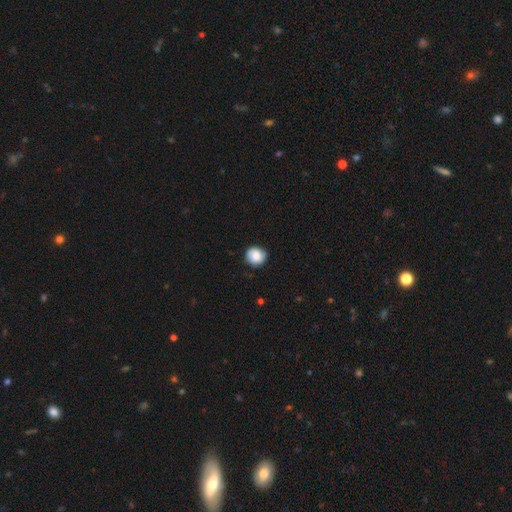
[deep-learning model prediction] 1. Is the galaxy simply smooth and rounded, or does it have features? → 80% smooth, 12% featured or disk, 8% star or artifact.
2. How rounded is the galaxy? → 87% round, 12% in between, 1% cigar-shaped.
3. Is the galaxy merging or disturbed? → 83% none, 13% minor disturbance, 3% major disturbance, 1% merger.